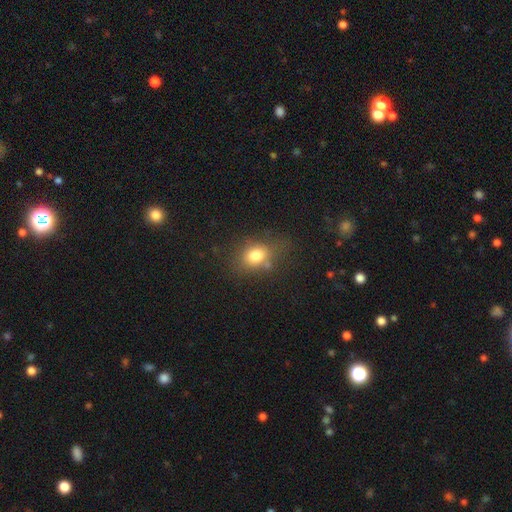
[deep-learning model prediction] Overall: smooth (78%). How rounded: in between (54%; round 45%). Merging: none (61%; minor disturbance 21%).